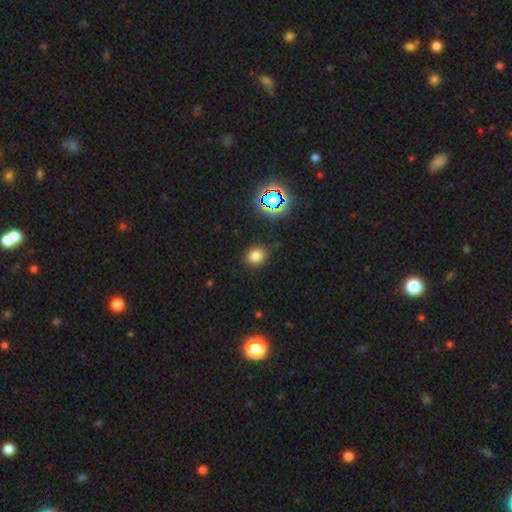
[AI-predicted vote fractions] A smooth galaxy with no disk features (76%) that is round (74%).

Vote fractions:
- Smooth or featured? smooth: 76% / star or artifact: 18% / featured or disk: 6%
- How rounded? round: 74% / in between: 25% / cigar-shaped: 1%
- Merging? none: 86% / minor disturbance: 9% / major disturbance: 3% / merger: 2%